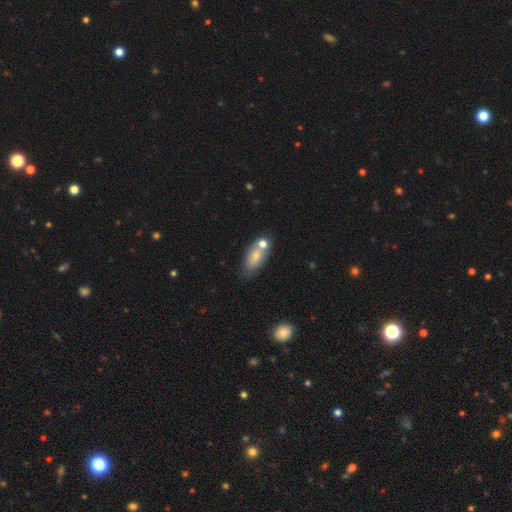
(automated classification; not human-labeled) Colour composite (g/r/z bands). It shows a smooth galaxy with no disk features (71%) that is in between round and cigar-shaped (82%). Merging: none (50%).